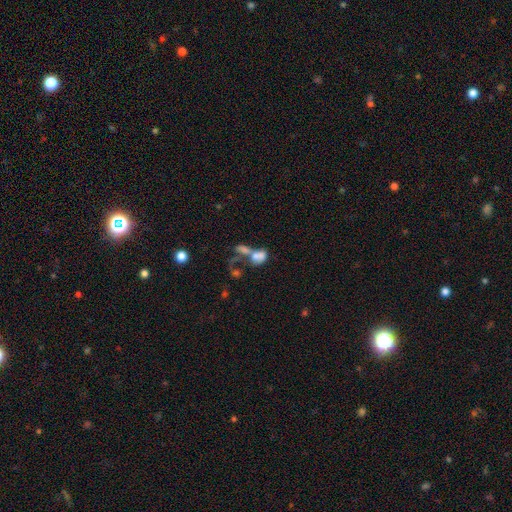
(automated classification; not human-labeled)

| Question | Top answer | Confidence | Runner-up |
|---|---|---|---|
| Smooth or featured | smooth | 57% | featured or disk (30%) |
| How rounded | in between | 74% | round (22%) |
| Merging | merger | 67% | major disturbance (14%) |